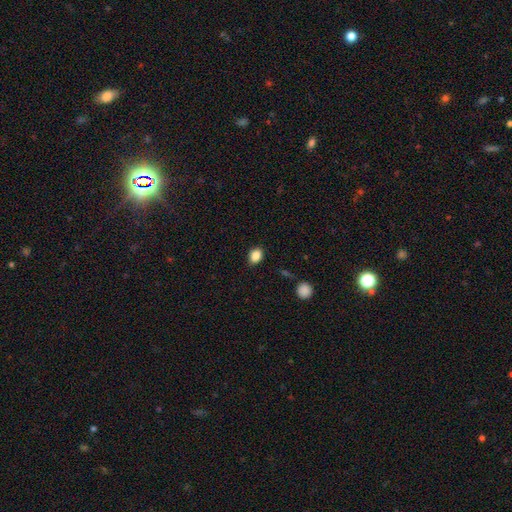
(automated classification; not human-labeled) smooth-or-featured: smooth: 86% | star or artifact: 10% | featured or disk: 4%
  how-rounded: in between: 58% | round: 41% | cigar-shaped: 1%
  merging: none: 86% | minor disturbance: 10% | major disturbance: 2% | merger: 1%